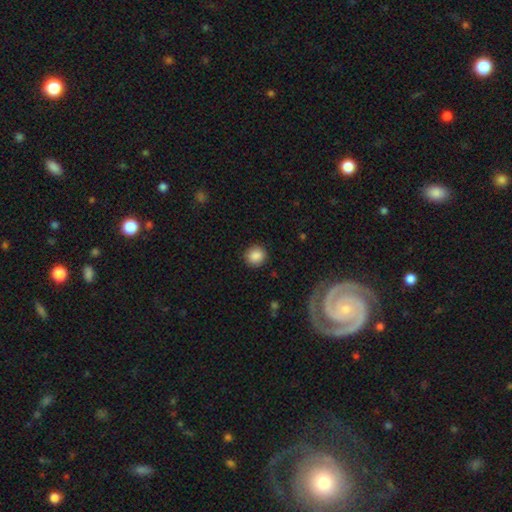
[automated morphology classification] This appears to be a smooth galaxy with no disk features (88%) that is round (90%). Merging: none (90%).